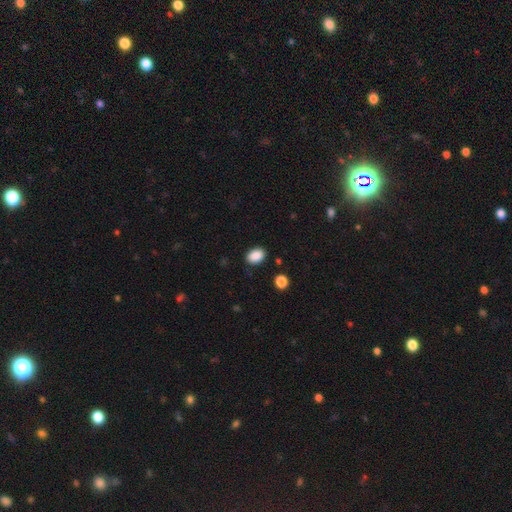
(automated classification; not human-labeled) Smooth or featured? smooth (89%)
How rounded? in between (78%)
Merging? none (86%)